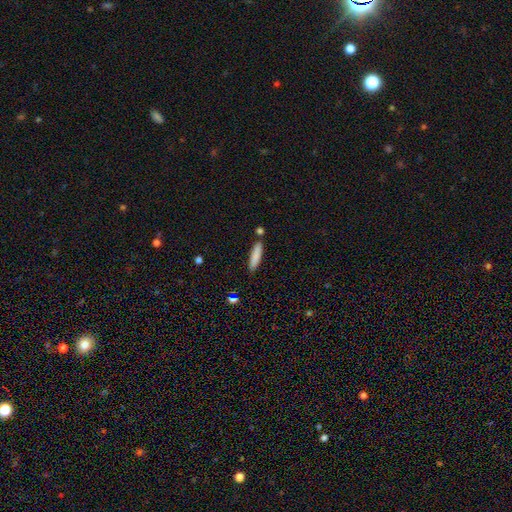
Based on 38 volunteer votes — Smooth or featured? 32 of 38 (84%) said smooth. How rounded? 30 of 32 (94%) said cigar-shaped. Merging? 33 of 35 (94%) said none.